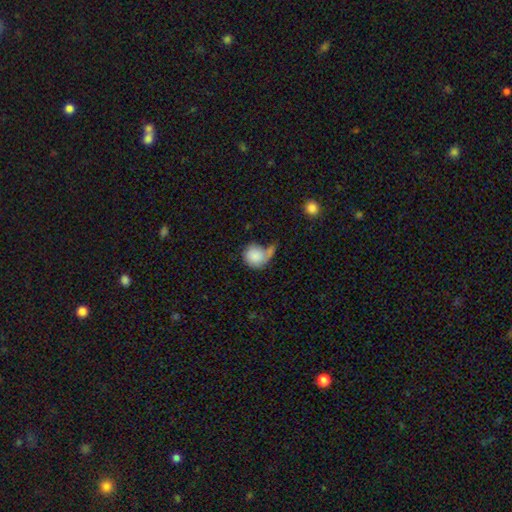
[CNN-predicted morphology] Smooth or featured? Predicted: smooth (p=0.80). How rounded? Predicted: round (p=0.81). Merging? Predicted: none (p=0.30).